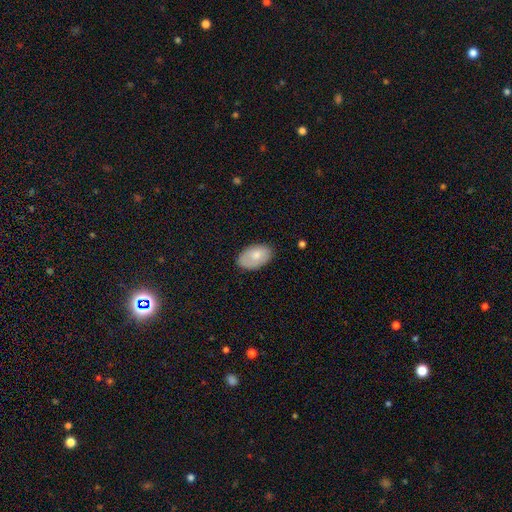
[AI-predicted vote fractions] Smooth or featured? smooth (79%)
How rounded? in between (93%)
Merging? none (78%)